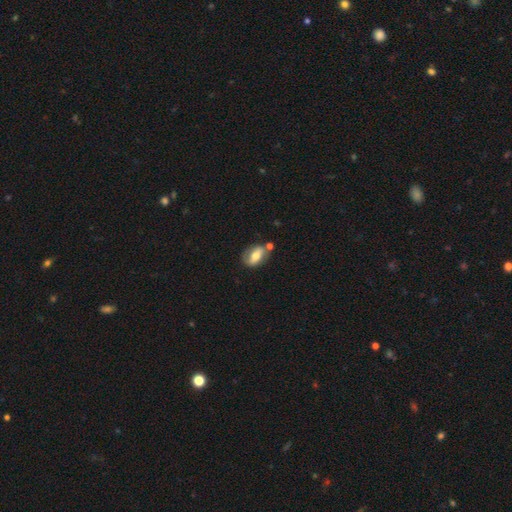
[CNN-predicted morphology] Smooth or featured?
  - smooth: 49% *
  - featured or disk: 44%
  - star or artifact: 7%
Merging?
  - none: 59% *
  - minor disturbance: 20%
  - merger: 15%
  - major disturbance: 7%